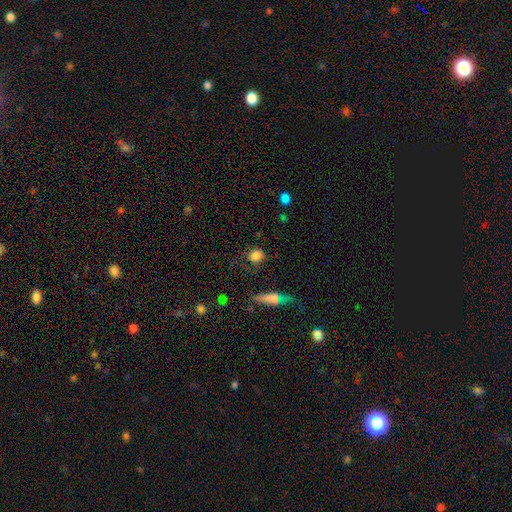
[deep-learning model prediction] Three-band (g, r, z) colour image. It shows a smooth galaxy with no disk features (81%) that is round (73%). Merging: none (71%).